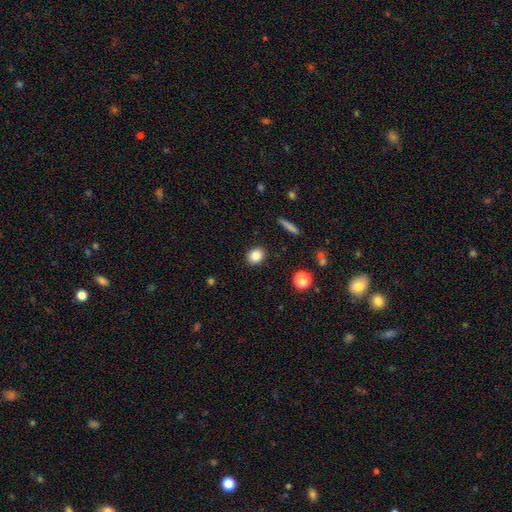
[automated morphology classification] Q: Smooth or featured?
A: smooth (84%); runner-up: star or artifact (10%)
Q: How rounded?
A: round (53%); runner-up: in between (45%)
Q: Merging?
A: none (89%); runner-up: minor disturbance (7%)